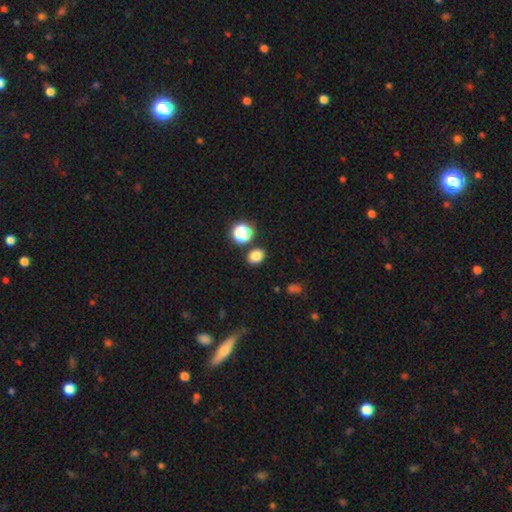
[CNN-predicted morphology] Q: Smooth or featured?
A: smooth (81%); runner-up: star or artifact (15%)
Q: How rounded?
A: in between (50%); runner-up: round (49%)
Q: Merging?
A: none (83%); runner-up: minor disturbance (9%)